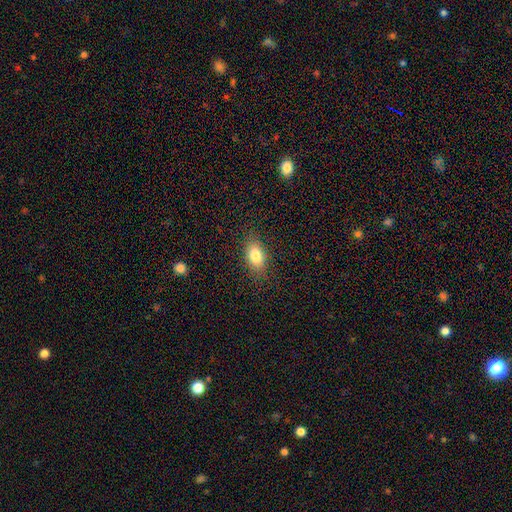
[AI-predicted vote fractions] This is clearly a smooth galaxy (82%). How rounded: clearly in between (88%). Merging: clearly none (84%).